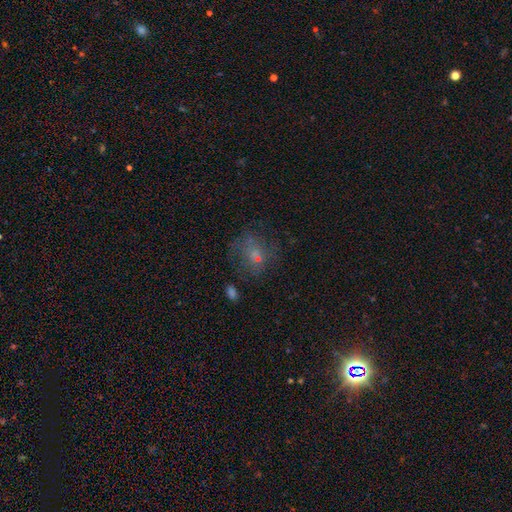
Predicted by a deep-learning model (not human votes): Q: Smooth or featured?
A: smooth (44%); runner-up: featured or disk (29%)
Q: Merging?
A: none (53%); runner-up: major disturbance (22%)